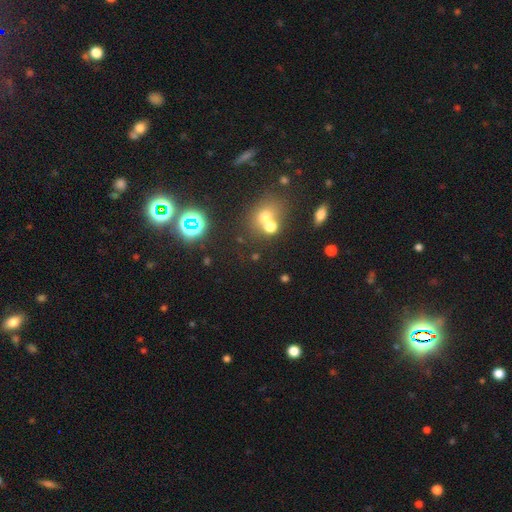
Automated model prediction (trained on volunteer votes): Smooth or featured: star or artifact — 51% (smooth — 38%)